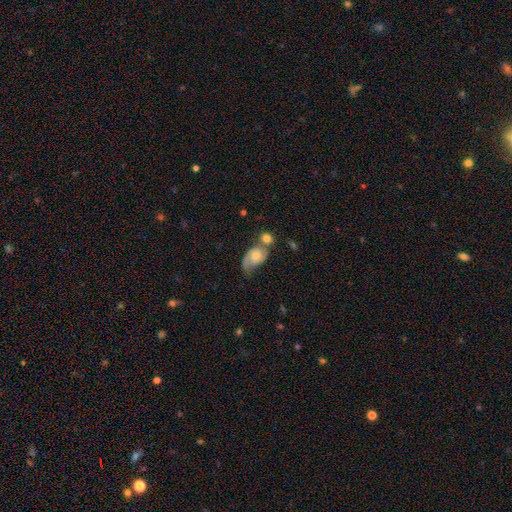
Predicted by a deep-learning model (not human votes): smooth_or_featured: featured or disk (p=0.49) [alt: smooth p=0.43]
merging: merger (p=0.36) [alt: none p=0.25]